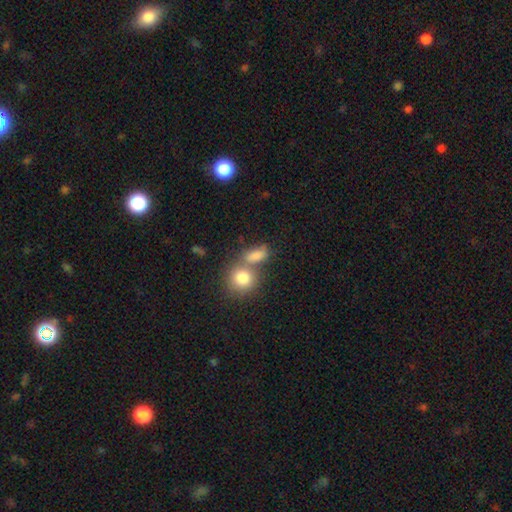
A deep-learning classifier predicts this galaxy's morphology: This is clearly a smooth galaxy (81%). How rounded: likely in between (67%). Merging: marginally merger (44%).